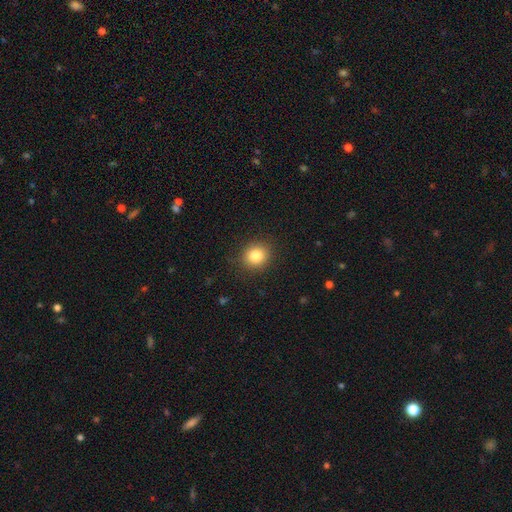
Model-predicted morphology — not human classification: This appears to be a smooth galaxy with no disk features (83%) that is round (83%). Merging: none (89%).